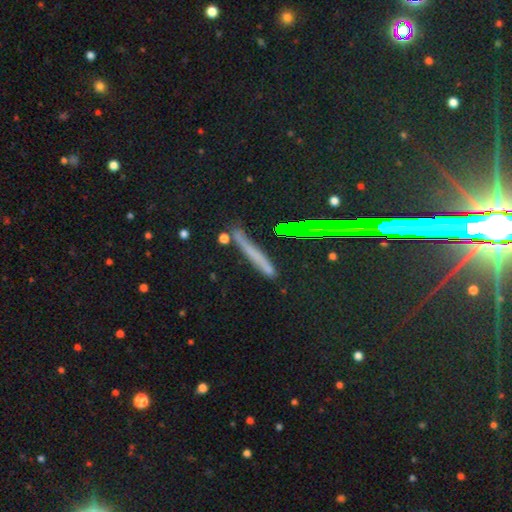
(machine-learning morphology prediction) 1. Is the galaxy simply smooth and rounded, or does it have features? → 37% smooth, 34% star or artifact, 29% featured or disk.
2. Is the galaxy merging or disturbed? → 78% none, 13% minor disturbance, 4% merger, 4% major disturbance.